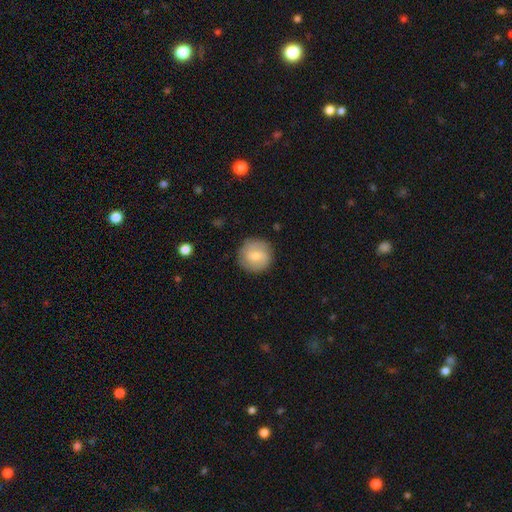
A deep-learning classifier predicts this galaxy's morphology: Overall: smooth (67%). How rounded: round (94%). Merging: none (86%).